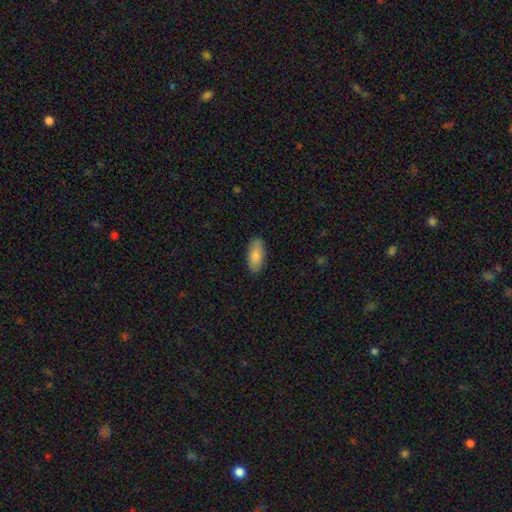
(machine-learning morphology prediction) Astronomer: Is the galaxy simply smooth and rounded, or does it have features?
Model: smooth — 84%.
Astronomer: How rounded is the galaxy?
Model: in between — 88%.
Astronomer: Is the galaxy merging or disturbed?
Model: none — 87%.